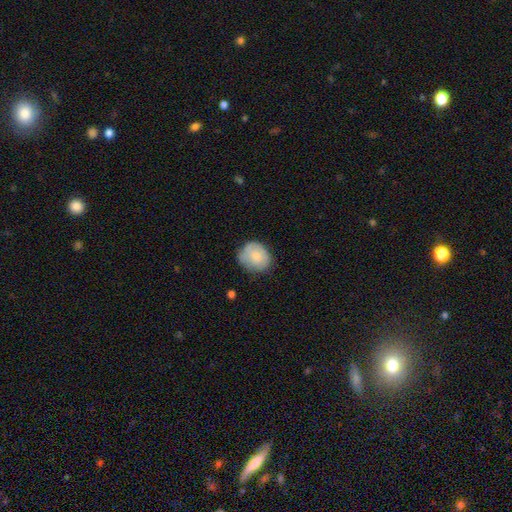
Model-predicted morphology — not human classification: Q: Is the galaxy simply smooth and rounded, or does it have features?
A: smooth — 75%.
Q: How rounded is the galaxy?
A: round — 63%.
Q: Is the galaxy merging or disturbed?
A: none — 62%.